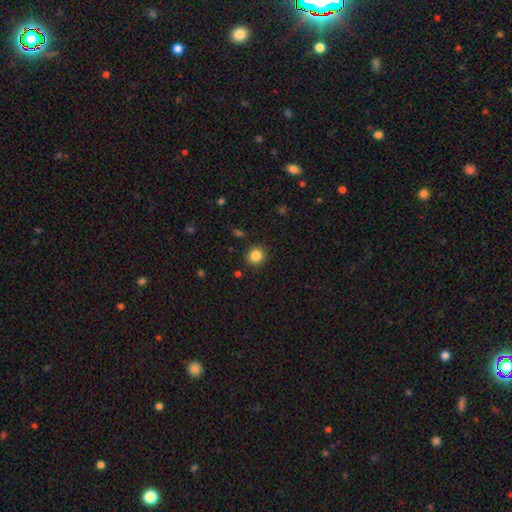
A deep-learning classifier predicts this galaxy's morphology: type=smooth (85%); roundness=round (92%); merging=none (89%).